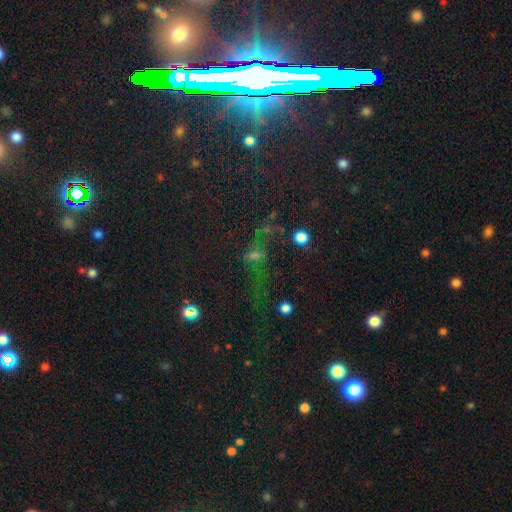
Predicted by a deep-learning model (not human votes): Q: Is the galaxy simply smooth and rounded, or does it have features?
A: star or artifact — 49%.